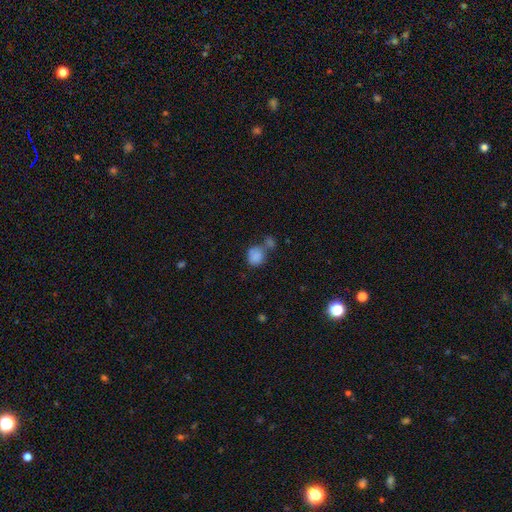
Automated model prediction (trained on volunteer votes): Smooth or featured? Predicted: smooth (p=0.83). How rounded? Predicted: round (p=0.70). Merging? Predicted: none (p=0.41).